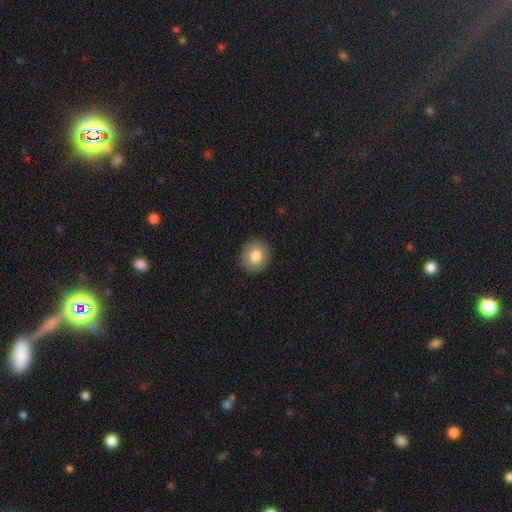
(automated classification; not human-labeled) Smooth or featured: smooth — 82% (featured or disk — 10%)
How rounded: round — 87% (in between — 12%)
Merging: none — 91% (minor disturbance — 7%)